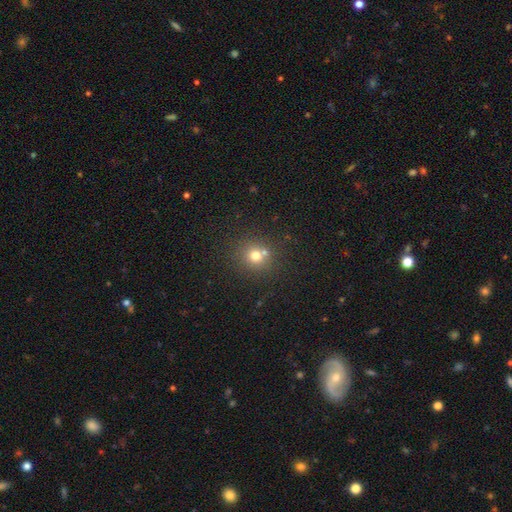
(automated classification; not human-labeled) Smooth or featured: smooth — 72% (star or artifact — 17%)
How rounded: round — 88% (in between — 11%)
Merging: none — 66% (merger — 23%)